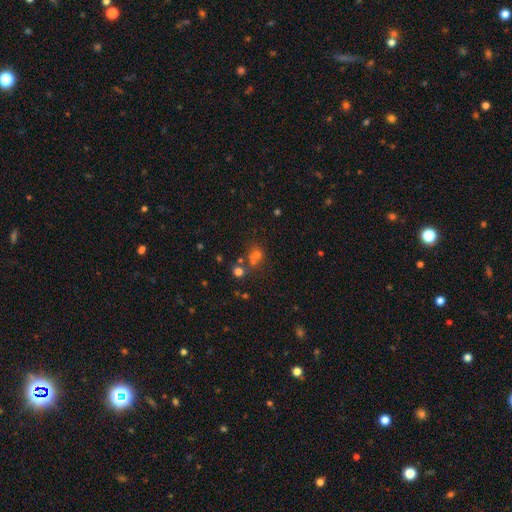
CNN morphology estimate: smooth-or-featured: smooth: 53% | star or artifact: 35% | featured or disk: 12%
  how-rounded: round: 80% | in between: 19% | cigar-shaped: 1%
  merging: none: 53% | merger: 32% | minor disturbance: 10% | major disturbance: 6%